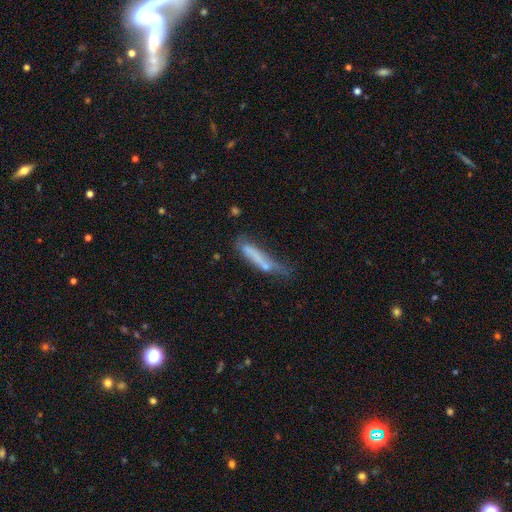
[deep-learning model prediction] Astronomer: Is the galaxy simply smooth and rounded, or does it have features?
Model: smooth — 61%.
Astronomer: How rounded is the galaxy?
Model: cigar-shaped — 86%.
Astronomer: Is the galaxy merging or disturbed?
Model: none — 36% (runner-up: minor disturbance, 28%).